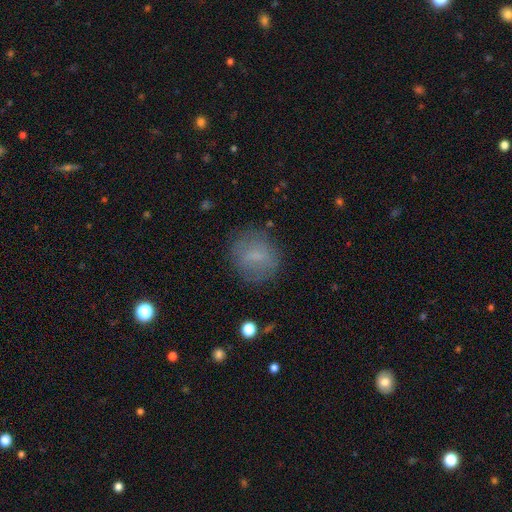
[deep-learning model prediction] Smooth or featured: smooth — 68% (featured or disk — 22%)
How rounded: round — 71% (in between — 27%)
Merging: none — 78% (minor disturbance — 15%)